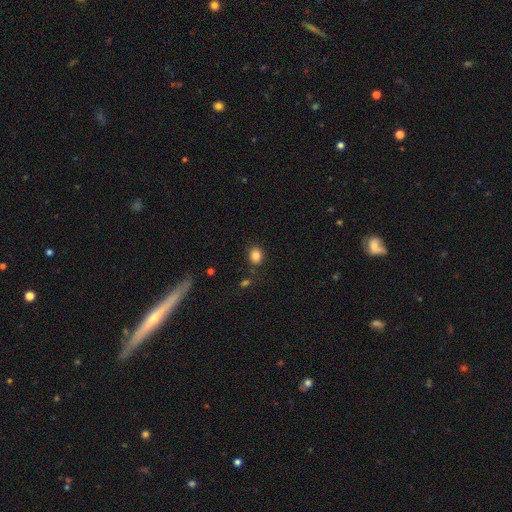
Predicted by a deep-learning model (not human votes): Smooth or featured?
  - smooth: 84% *
  - star or artifact: 11%
  - featured or disk: 5%
How rounded?
  - round: 68% *
  - in between: 31%
  - cigar-shaped: 1%
Merging?
  - none: 83% *
  - minor disturbance: 10%
  - merger: 4%
  - major disturbance: 3%